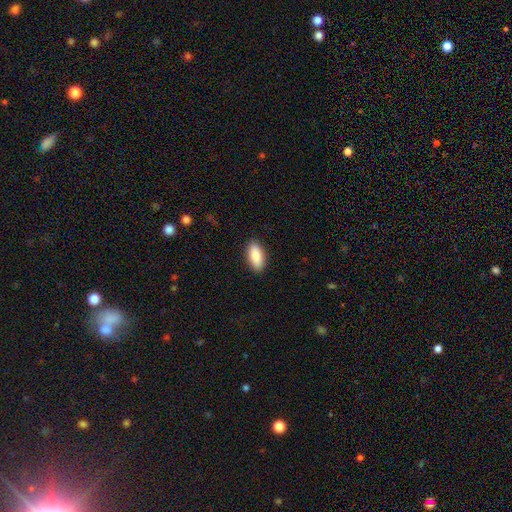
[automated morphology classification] A smooth galaxy with no disk features (86%) that is in between round and cigar-shaped (88%). Merging: none (89%).